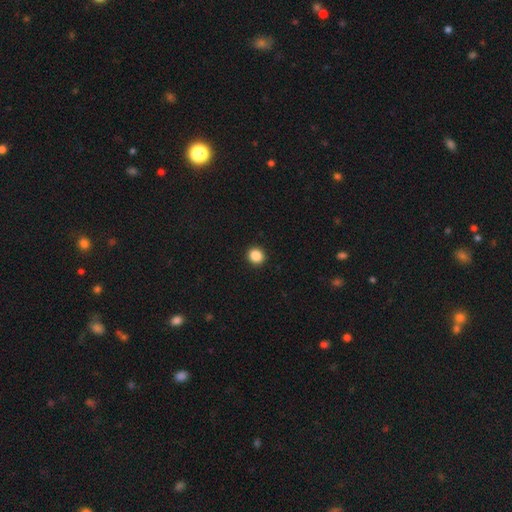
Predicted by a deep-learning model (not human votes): smooth 87%, star or artifact 10%, featured or disk 3%. Down the decision tree: how rounded — round (89%); merging — none (93%).